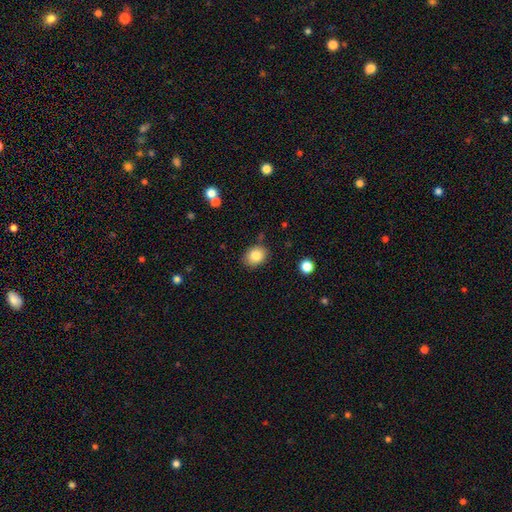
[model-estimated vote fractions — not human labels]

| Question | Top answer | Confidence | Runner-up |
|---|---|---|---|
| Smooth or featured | smooth | 84% | star or artifact (9%) |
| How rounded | in between | 54% | round (45%) |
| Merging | none | 84% | minor disturbance (11%) |